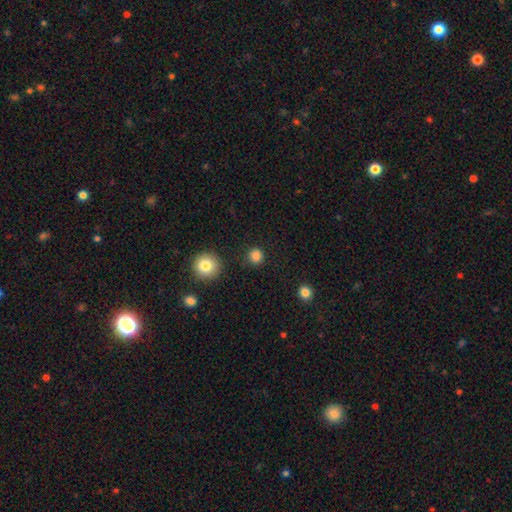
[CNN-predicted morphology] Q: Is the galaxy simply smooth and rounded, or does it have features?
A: smooth — 85%.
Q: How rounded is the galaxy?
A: round — 93%.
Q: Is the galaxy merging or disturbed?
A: none — 89%.